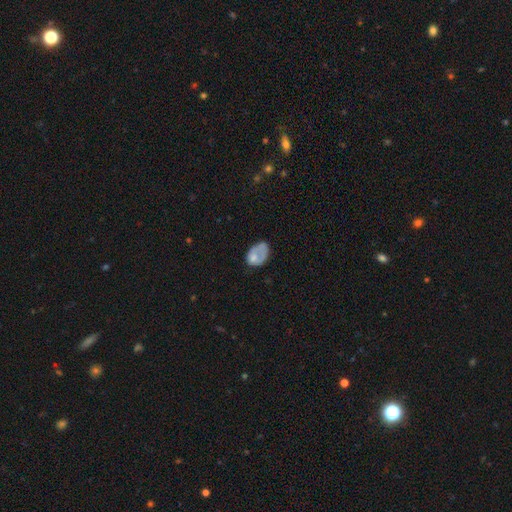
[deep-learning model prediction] This appears to be a smooth galaxy with no disk features (63%) that is in between round and cigar-shaped (80%). Merging: major disturbance (36%).